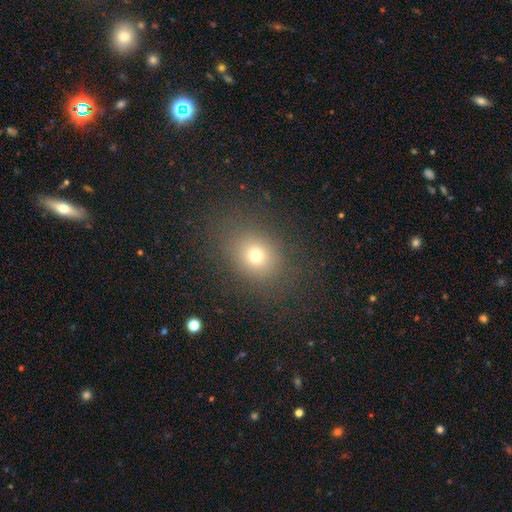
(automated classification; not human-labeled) smooth_or_featured: smooth (p=0.72) [alt: star or artifact p=0.17]
how_rounded: round (p=0.52) [alt: in between p=0.47]
merging: none (p=0.83) [alt: minor disturbance p=0.10]